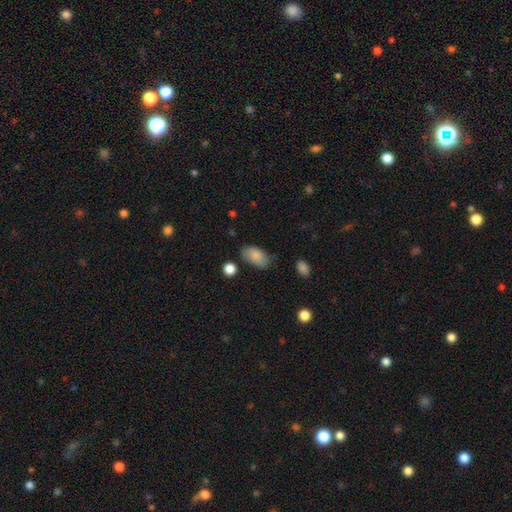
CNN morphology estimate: The model was most divided on "merging": none: 73%, minor disturbance: 19%, major disturbance: 4%, merger: 3%. More confident: how rounded — in between (94%); smooth or featured — smooth (85%).